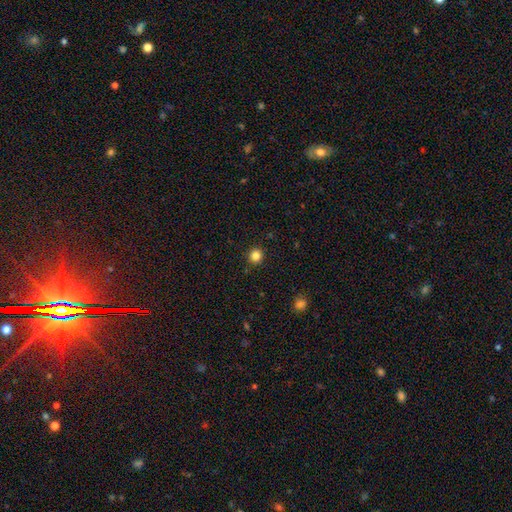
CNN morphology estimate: smooth 83%, star or artifact 12%, featured or disk 4%. Down the decision tree: how rounded — round (94%); merging — none (93%).